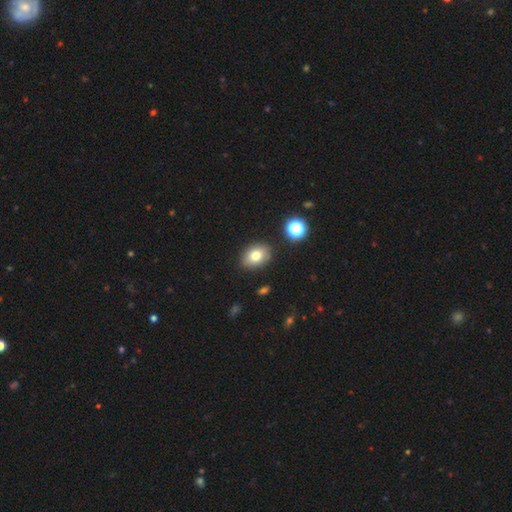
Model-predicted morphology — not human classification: Overall: smooth (77%). How rounded: in between (73%). Merging: none (85%).